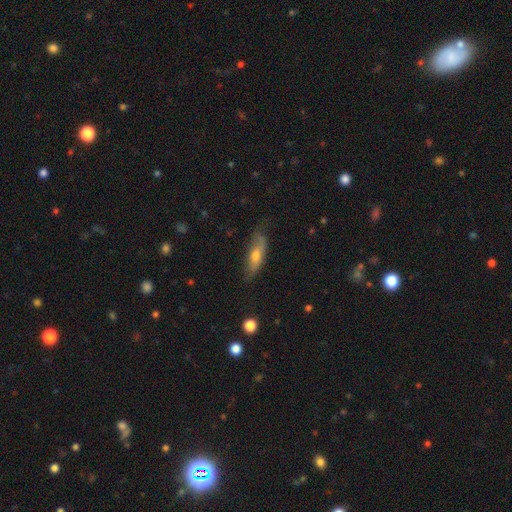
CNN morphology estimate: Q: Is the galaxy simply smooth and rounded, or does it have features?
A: smooth — 55%.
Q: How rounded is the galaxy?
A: cigar-shaped — 49%.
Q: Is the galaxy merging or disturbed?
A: none — 64%.